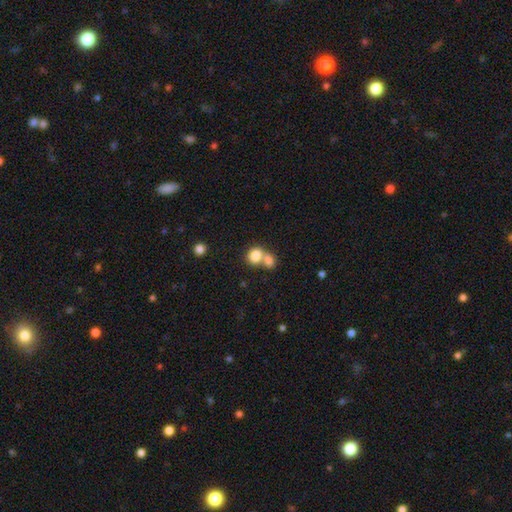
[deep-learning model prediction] Q: Smooth or featured?
A: smooth (81%); runner-up: featured or disk (10%)
Q: How rounded?
A: round (68%); runner-up: in between (31%)
Q: Merging?
A: merger (58%); runner-up: none (33%)